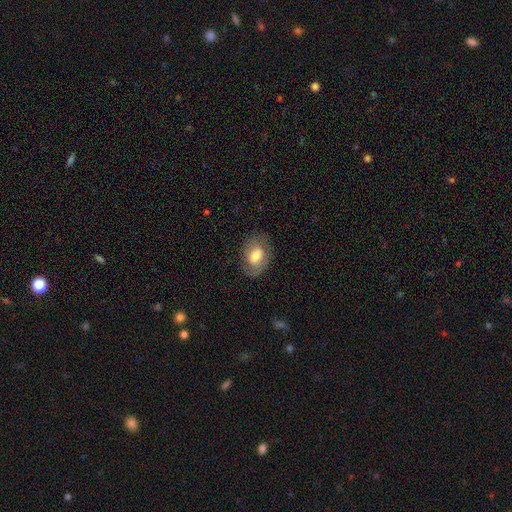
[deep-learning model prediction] Smooth or featured?
  - smooth: 56% *
  - featured or disk: 36%
  - star or artifact: 7%
How rounded?
  - in between: 78% *
  - round: 20%
  - cigar-shaped: 1%
Merging?
  - none: 74% *
  - minor disturbance: 17%
  - major disturbance: 8%
  - merger: 1%